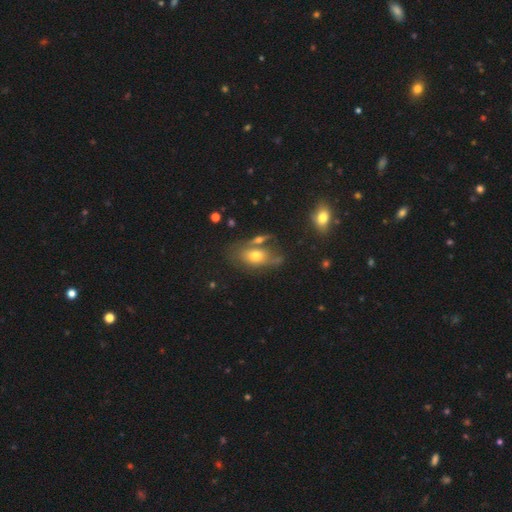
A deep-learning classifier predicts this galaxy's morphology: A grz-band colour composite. It shows a smooth galaxy with no disk features (58%) that is in between round and cigar-shaped (84%). Merging: none (44%).